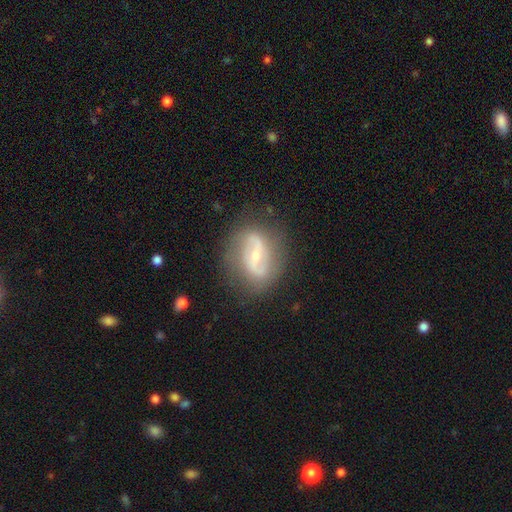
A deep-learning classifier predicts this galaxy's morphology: A featured or disk galaxy (84%) with a weak bar (41%), 2 (91%) loose (53%) spiral arms (92%) and a small central bulge (67%).

Vote fractions:
- Smooth or featured? featured or disk: 84% / smooth: 10% / star or artifact: 6%
- Edge-on disk? no: 96% / yes: 4%
- Bar? weak: 41% / strong: 35% / no: 25%
- Spiral arms? yes: 92% / no: 8%
- Spiral winding? loose: 53% / medium: 35% / tight: 12%
- Spiral arm count? 2: 91% / can't tell: 4% / 1: 2% / 3: 1% / 4: 1% / more than 4: 1%
- Bulge size? small: 67% / moderate: 28% / none: 2% / large: 2% / dominant: 1%
- Merging? none: 80% / minor disturbance: 14% / major disturbance: 5% / merger: 2%